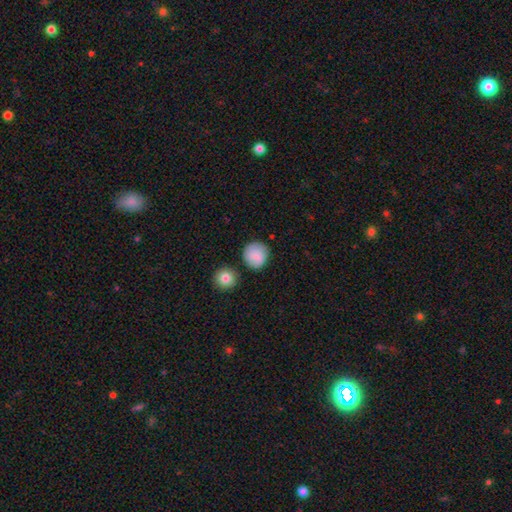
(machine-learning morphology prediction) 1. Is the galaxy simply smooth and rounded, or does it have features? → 85% smooth, 8% featured or disk, 7% star or artifact.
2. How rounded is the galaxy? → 90% round, 9% in between, 1% cigar-shaped.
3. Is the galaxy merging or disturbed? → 80% none, 13% minor disturbance, 4% merger, 3% major disturbance.